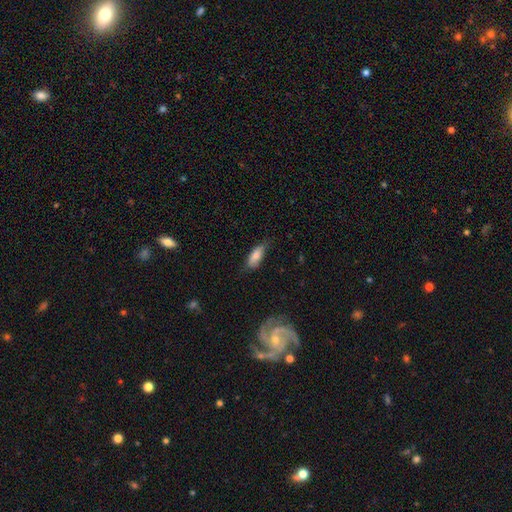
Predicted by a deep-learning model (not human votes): Smooth or featured?
  - smooth: 79% *
  - featured or disk: 15%
  - star or artifact: 7%
How rounded?
  - in between: 77% *
  - cigar-shaped: 20%
  - round: 2%
Merging?
  - none: 65% *
  - minor disturbance: 27%
  - major disturbance: 6%
  - merger: 2%